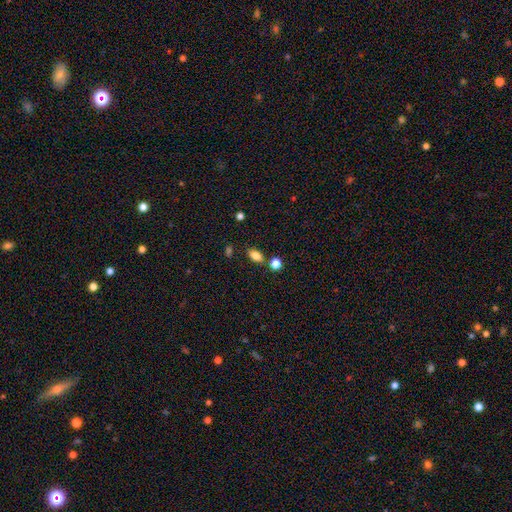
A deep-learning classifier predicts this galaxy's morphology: Smooth or featured? Predicted: smooth (p=0.82). How rounded? Predicted: in between (p=0.87). Merging? Predicted: none (p=0.78).